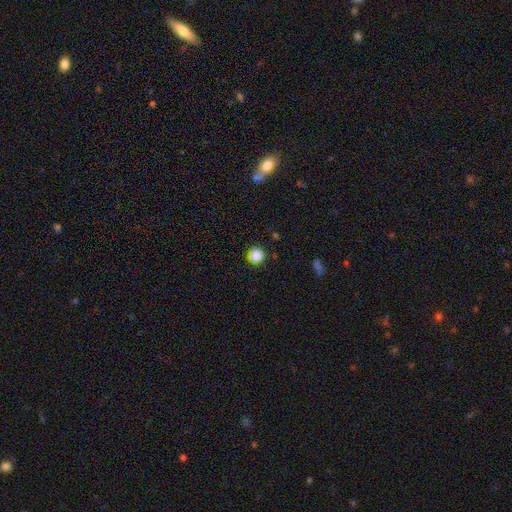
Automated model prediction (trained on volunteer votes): Smooth or featured? Predicted: smooth (p=0.84). How rounded? Predicted: round (p=0.94). Merging? Predicted: none (p=0.85).